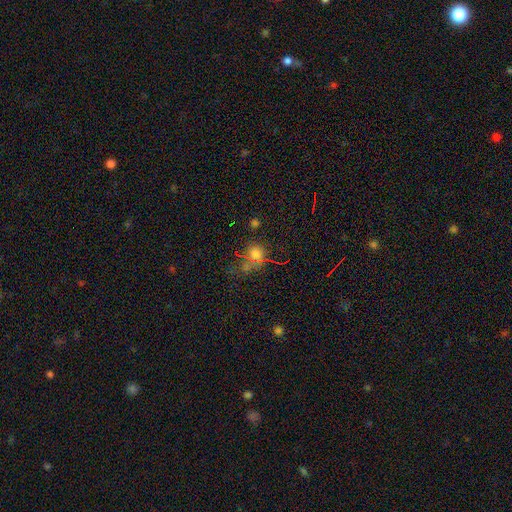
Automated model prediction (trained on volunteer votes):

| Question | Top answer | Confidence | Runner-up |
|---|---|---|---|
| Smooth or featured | smooth | 51% | star or artifact (39%) |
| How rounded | round | 71% | in between (26%) |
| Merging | none | 63% | minor disturbance (16%) |